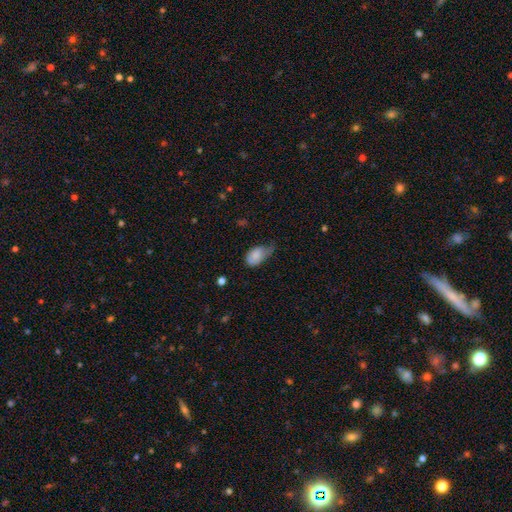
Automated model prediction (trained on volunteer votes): Smooth or featured?
  - smooth: 83% *
  - featured or disk: 10%
  - star or artifact: 7%
How rounded?
  - in between: 89% *
  - round: 10%
  - cigar-shaped: 2%
Merging?
  - minor disturbance: 48% *
  - none: 25%
  - major disturbance: 24%
  - merger: 3%